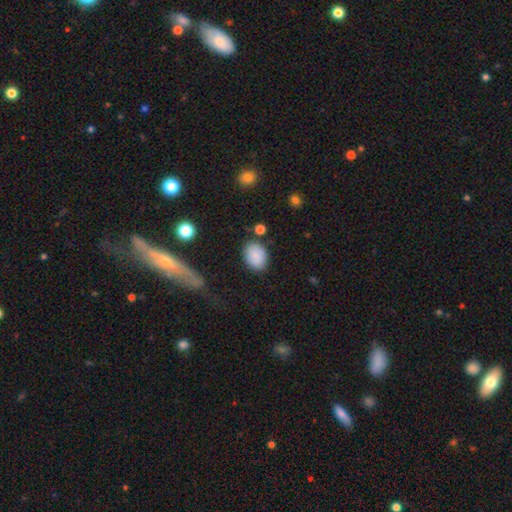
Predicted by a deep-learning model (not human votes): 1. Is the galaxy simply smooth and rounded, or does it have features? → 86% smooth, 8% star or artifact, 6% featured or disk.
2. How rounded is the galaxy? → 73% in between, 25% round, 1% cigar-shaped.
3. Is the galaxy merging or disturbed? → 78% none, 14% minor disturbance, 4% merger, 4% major disturbance.